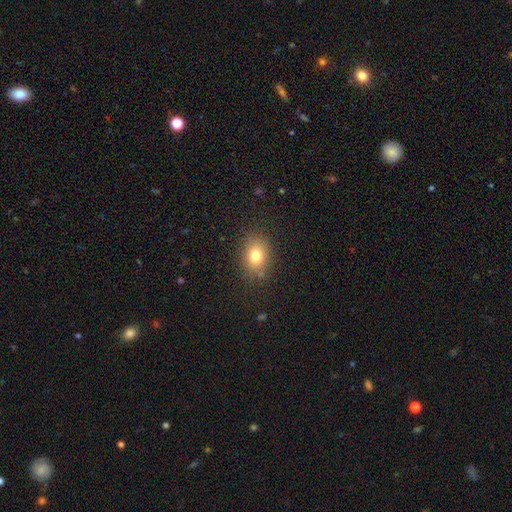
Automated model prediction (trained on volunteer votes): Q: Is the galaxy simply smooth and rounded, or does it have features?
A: smooth — 78%.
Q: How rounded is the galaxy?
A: in between — 62%.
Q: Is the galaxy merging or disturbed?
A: none — 82%.